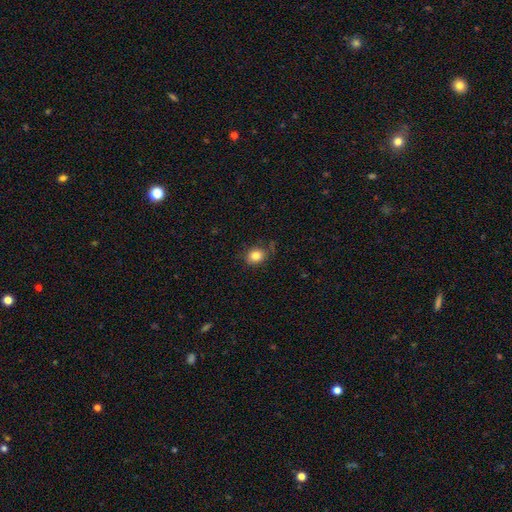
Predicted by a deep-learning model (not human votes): Smooth or featured: smooth — 83% (star or artifact — 11%)
How rounded: round — 64% (in between — 35%)
Merging: none — 77% (minor disturbance — 17%)